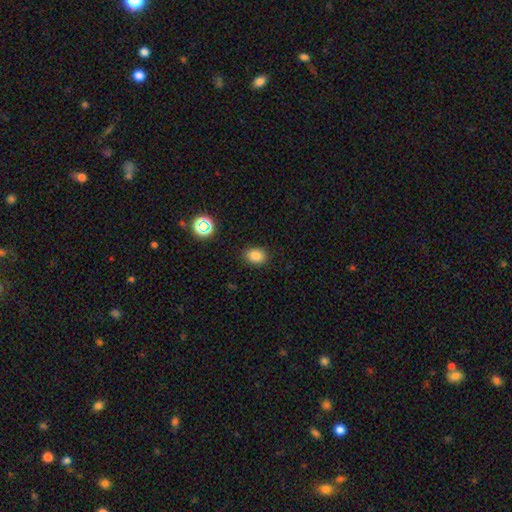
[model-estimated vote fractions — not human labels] Smooth or featured? smooth (81%)
How rounded? in between (63%)
Merging? none (86%)